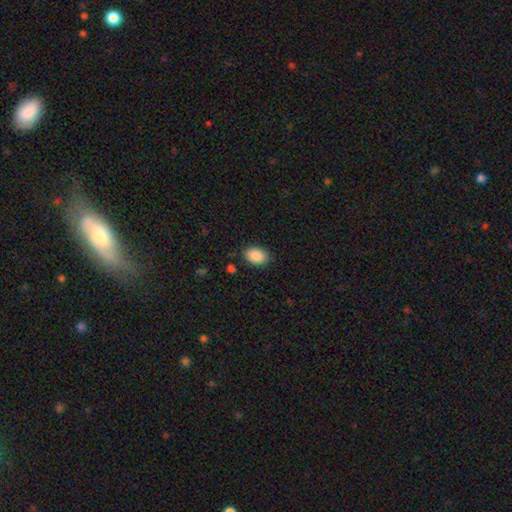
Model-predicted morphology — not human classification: A smooth galaxy with no disk features (90%) that is in between round and cigar-shaped (82%). Merging: none (84%).